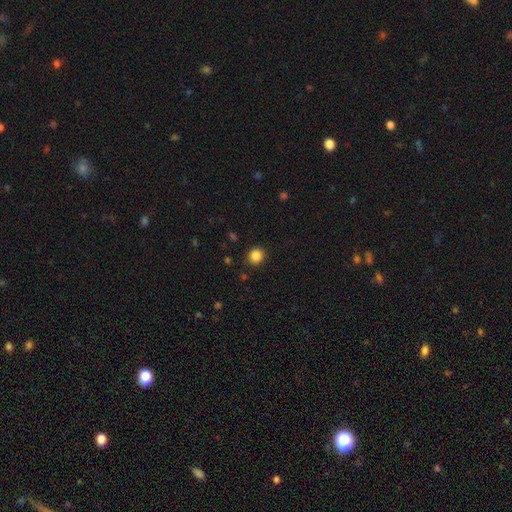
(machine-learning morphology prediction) smooth_or_featured: smooth (p=0.85) [alt: star or artifact p=0.11]
how_rounded: round (p=0.89) [alt: in between p=0.10]
merging: none (p=0.90) [alt: minor disturbance p=0.07]